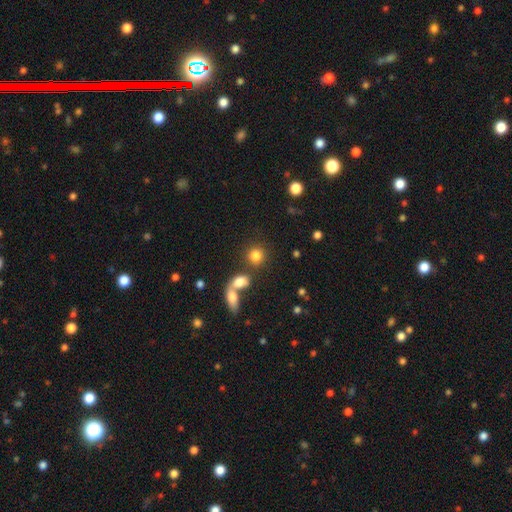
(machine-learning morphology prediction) smooth_or_featured: smooth (p=0.81) [alt: star or artifact p=0.10]
how_rounded: round (p=0.76) [alt: in between p=0.22]
merging: none (p=0.59) [alt: merger p=0.28]